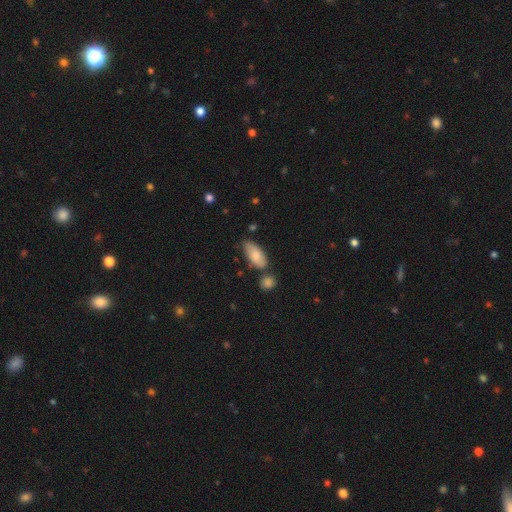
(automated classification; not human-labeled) Q: Smooth or featured?
A: smooth (80%); runner-up: featured or disk (13%)
Q: How rounded?
A: in between (86%); runner-up: cigar-shaped (12%)
Q: Merging?
A: none (60%); runner-up: minor disturbance (23%)